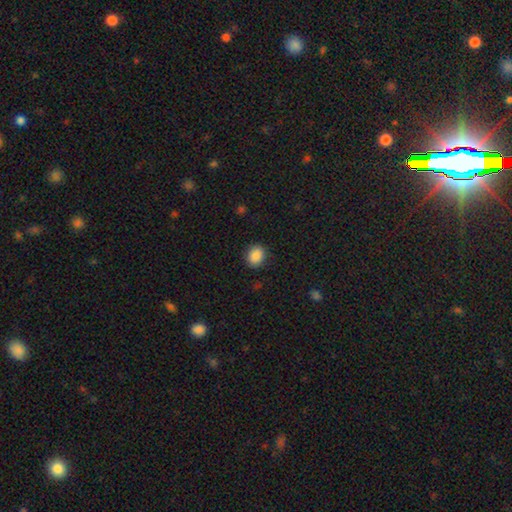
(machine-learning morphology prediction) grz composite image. It shows a smooth galaxy with no disk features (87%) that is round (63%). Merging: none (87%).